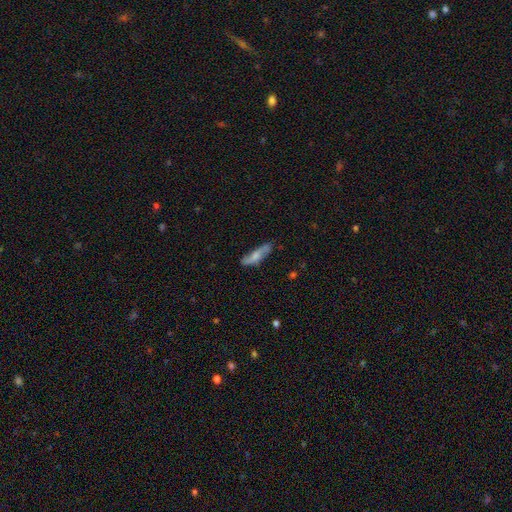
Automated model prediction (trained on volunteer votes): A smooth galaxy with no disk features (57%) that is cigar-shaped (62%). Merging: none (73%).